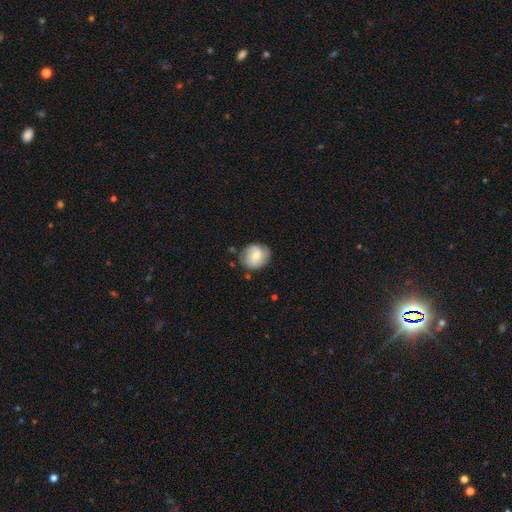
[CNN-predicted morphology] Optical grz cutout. It shows a smooth galaxy with no disk features (55%) that is round (80%). Merging: none (76%).